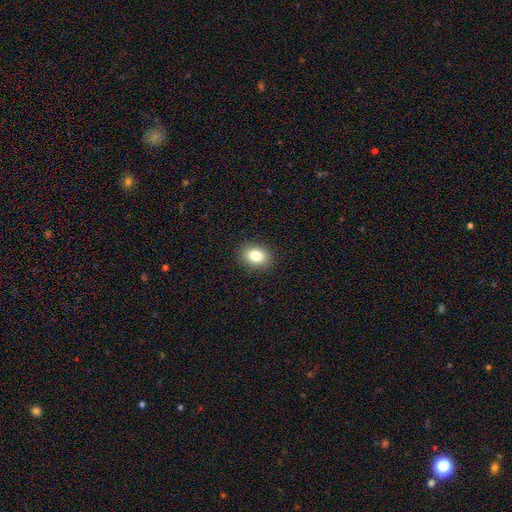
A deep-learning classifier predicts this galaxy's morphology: Smooth or featured: smooth — 82% (star or artifact — 10%)
How rounded: in between — 64% (round — 35%)
Merging: none — 89% (minor disturbance — 7%)